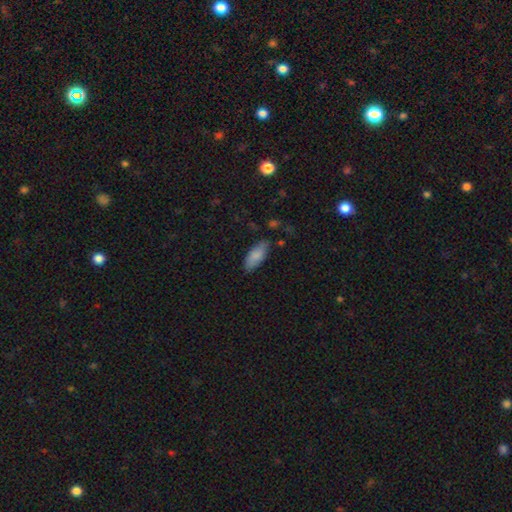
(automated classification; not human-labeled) The model was most divided on "merging": none: 77%, minor disturbance: 17%, major disturbance: 3%, merger: 2%. More confident: smooth or featured — smooth (85%); how rounded — in between (82%).